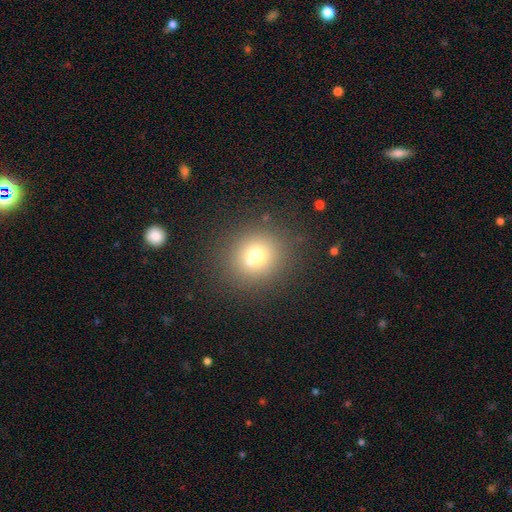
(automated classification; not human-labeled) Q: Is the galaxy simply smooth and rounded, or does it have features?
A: smooth — 69%.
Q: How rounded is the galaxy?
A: round — 86%.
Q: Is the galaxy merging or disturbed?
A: none — 77%.